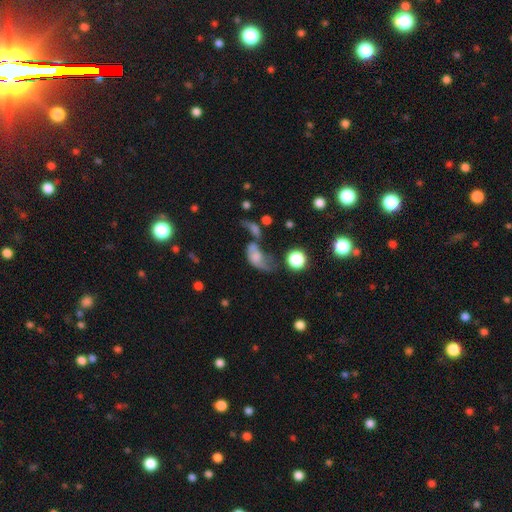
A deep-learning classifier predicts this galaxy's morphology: A smooth galaxy with no disk features (53%) that is in between round and cigar-shaped (82%). Merging: merger (38%).